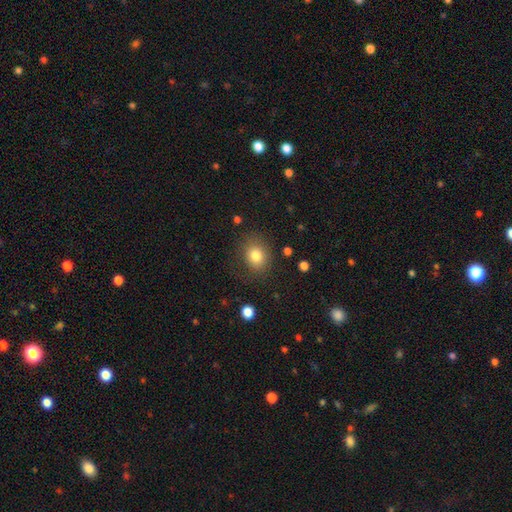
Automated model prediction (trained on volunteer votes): Smooth or featured? Predicted: smooth (p=0.81). How rounded? Predicted: round (p=0.60). Merging? Predicted: none (p=0.79).